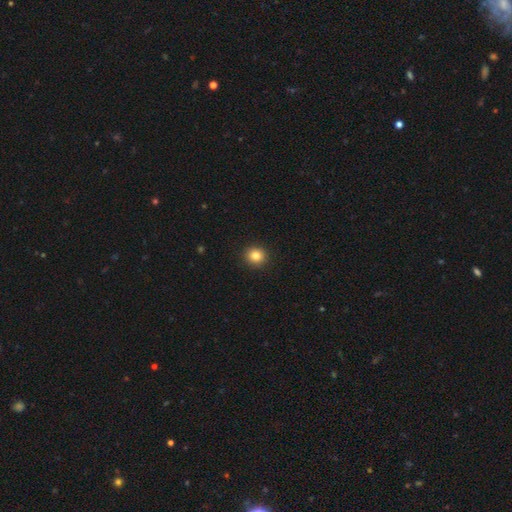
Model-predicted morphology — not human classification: type=smooth (84%); roundness=round (90%); merging=none (93%).